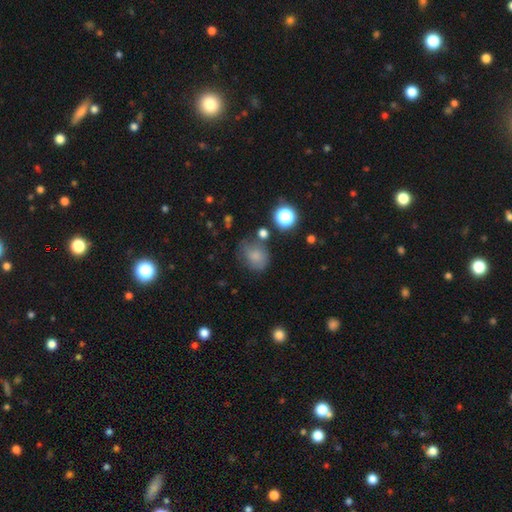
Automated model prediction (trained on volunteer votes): Morphology: type=smooth (71%); roundness=round (61%); merging=none (54%).